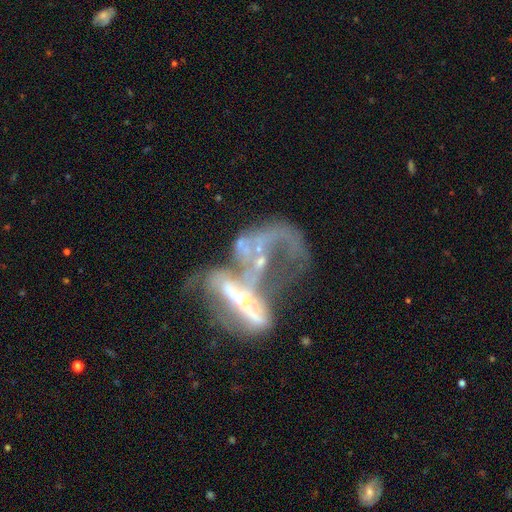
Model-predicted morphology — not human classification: A featured or disk galaxy (74%) with no bar (53%), no spiral arms (56%) and a small central bulge (43%).

Vote fractions:
- Smooth or featured? featured or disk: 74% / smooth: 15% / star or artifact: 11%
- Edge-on disk? no: 87% / yes: 13%
- Bar? no: 53% / strong: 25% / weak: 22%
- Spiral arms? no: 56% / yes: 44%
- Bulge size? small: 43% / moderate: 26% / none: 26% / large: 4% / dominant: 2%
- Merging? merger: 54% / major disturbance: 30% / none: 10% / minor disturbance: 6%